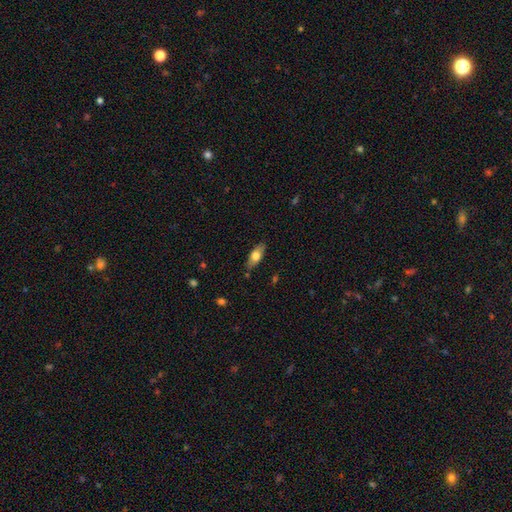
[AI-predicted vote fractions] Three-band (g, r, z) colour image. It shows a smooth galaxy with no disk features (69%) that is in between round and cigar-shaped (77%). Merging: none (83%).